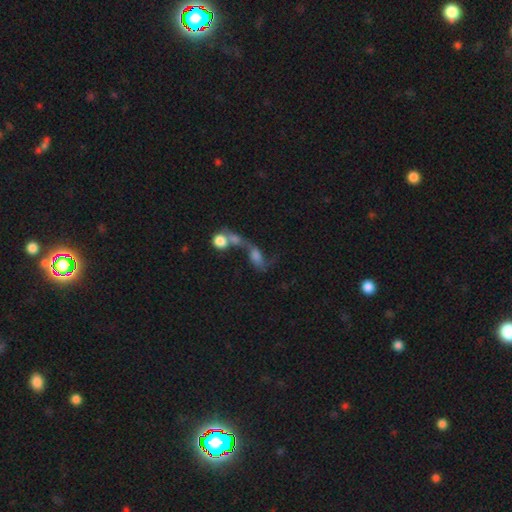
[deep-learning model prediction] Smooth or featured? Predicted: featured or disk (p=0.50). Edge-on disk? Predicted: no (p=0.89). Merging? Predicted: merger (p=0.55).